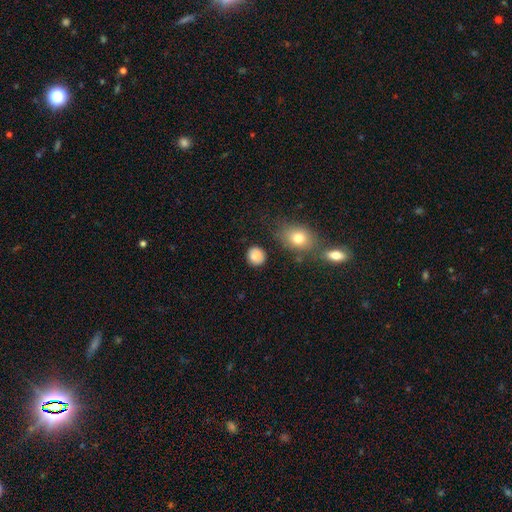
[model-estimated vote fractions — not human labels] Smooth or featured: smooth — 84% (star or artifact — 9%)
How rounded: round — 87% (in between — 12%)
Merging: none — 84% (minor disturbance — 10%)